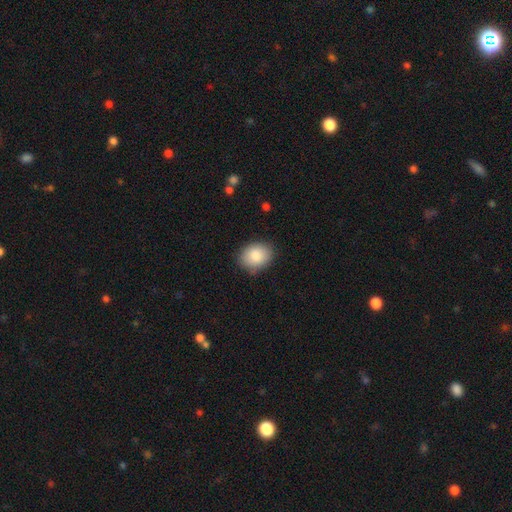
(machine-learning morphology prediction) smooth 86%, star or artifact 7%, featured or disk 7%. Down the decision tree: how rounded — in between (60%); merging — none (82%).